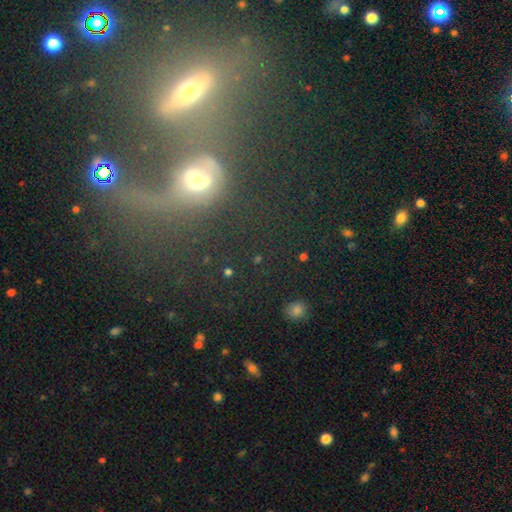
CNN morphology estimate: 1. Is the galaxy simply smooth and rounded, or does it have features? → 40% smooth, 36% featured or disk, 24% star or artifact.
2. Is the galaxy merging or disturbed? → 55% merger, 23% none, 14% major disturbance, 8% minor disturbance.